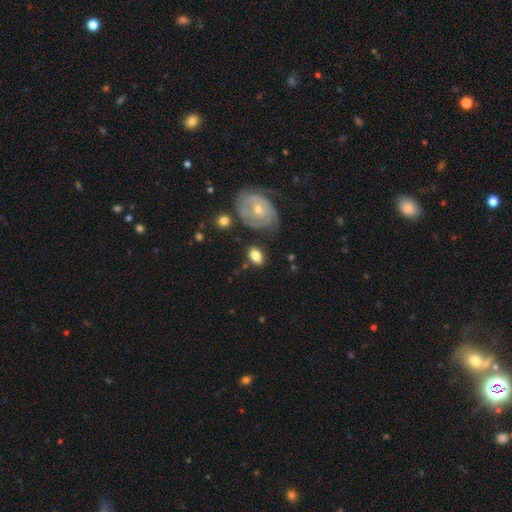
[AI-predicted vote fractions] smooth-or-featured: smooth: 73% | featured or disk: 21% | star or artifact: 7%
  how-rounded: in between: 84% | round: 13% | cigar-shaped: 2%
  merging: none: 73% | minor disturbance: 17% | major disturbance: 5% | merger: 5%